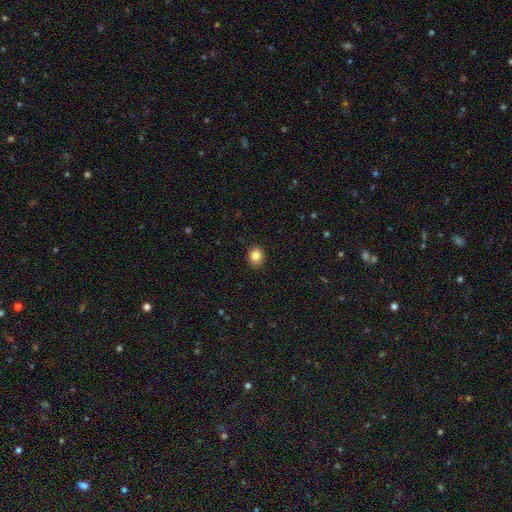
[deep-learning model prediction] The model was most divided on "how rounded": round: 72%, in between: 27%, cigar-shaped: 1%. More confident: merging — none (90%); smooth or featured — smooth (84%).